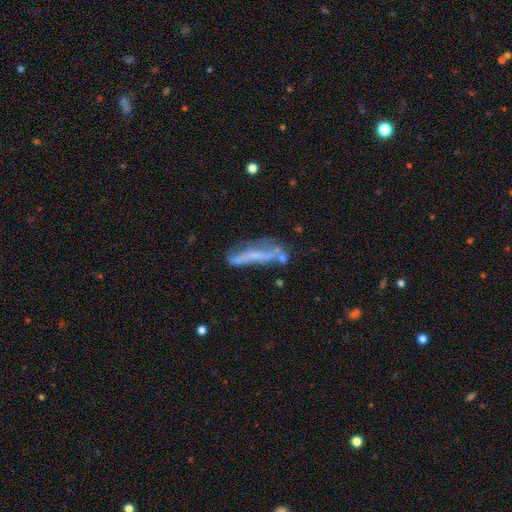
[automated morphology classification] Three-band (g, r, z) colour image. It shows a featured or disk galaxy (54%). Merging: none (42%).